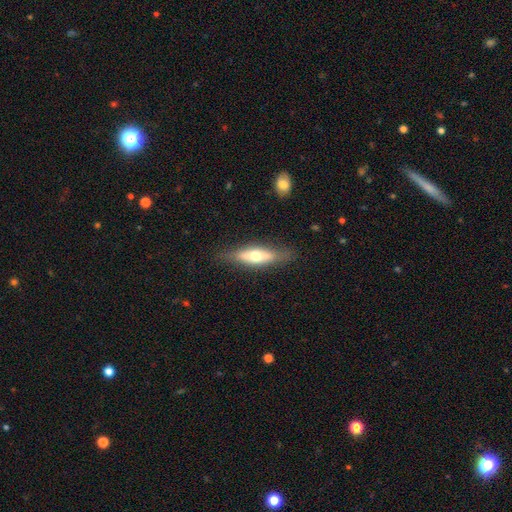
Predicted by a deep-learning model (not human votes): This is possibly a smooth galaxy (51%). How rounded: possibly cigar-shaped (54%). Merging: likely none (78%).